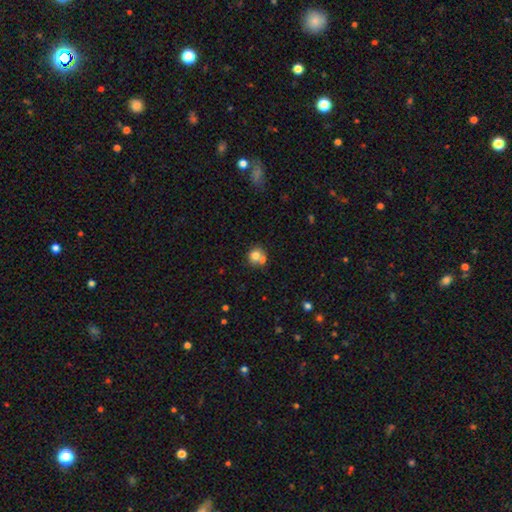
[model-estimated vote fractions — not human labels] Smooth or featured? Predicted: smooth (p=0.76). How rounded? Predicted: round (p=0.85). Merging? Predicted: none (p=0.50).